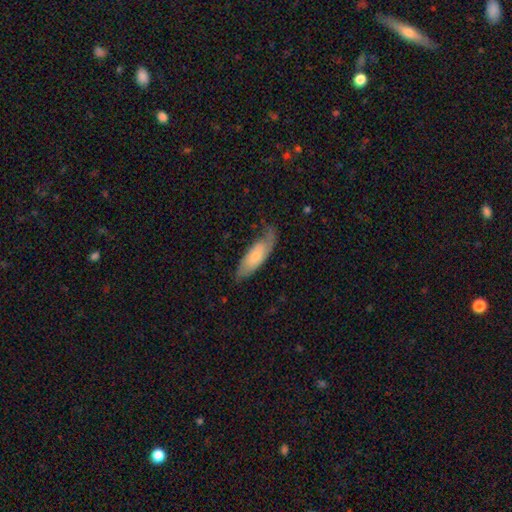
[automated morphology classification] type=smooth (50%); roundness=in between (66%); merging=none (52%).